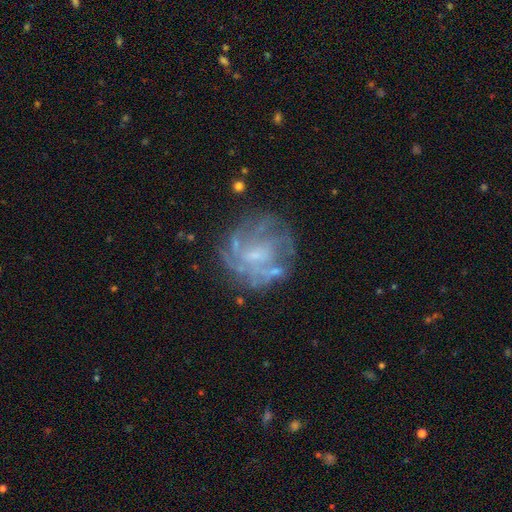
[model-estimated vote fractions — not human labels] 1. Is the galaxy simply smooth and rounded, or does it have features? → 74% featured or disk, 15% smooth, 11% star or artifact.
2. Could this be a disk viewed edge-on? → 98% no, 2% yes.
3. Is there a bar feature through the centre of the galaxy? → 48% no, 43% weak, 9% strong.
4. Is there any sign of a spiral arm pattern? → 72% yes, 28% no.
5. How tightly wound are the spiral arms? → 48% tight, 35% medium, 17% loose.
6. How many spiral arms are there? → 49% can't tell, 16% 4, 13% 3, 8% 2, 8% more than 4, 6% 1.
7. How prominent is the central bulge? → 44% small, 28% none, 24% moderate, 2% large, 1% dominant.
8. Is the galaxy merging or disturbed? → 66% none, 17% minor disturbance, 14% major disturbance, 4% merger.